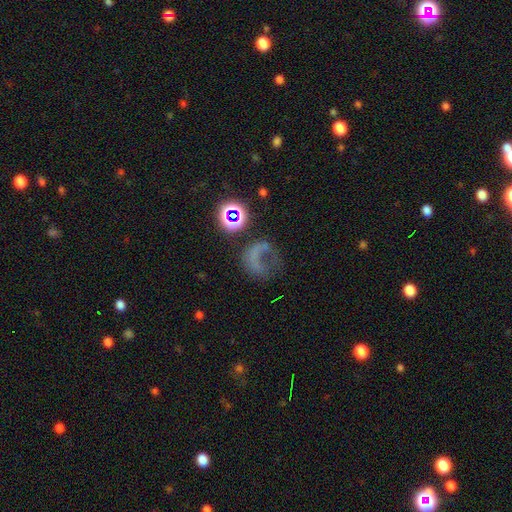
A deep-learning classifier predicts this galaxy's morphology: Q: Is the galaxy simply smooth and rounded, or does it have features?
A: smooth — 36%.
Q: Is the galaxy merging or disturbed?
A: major disturbance — 42%.